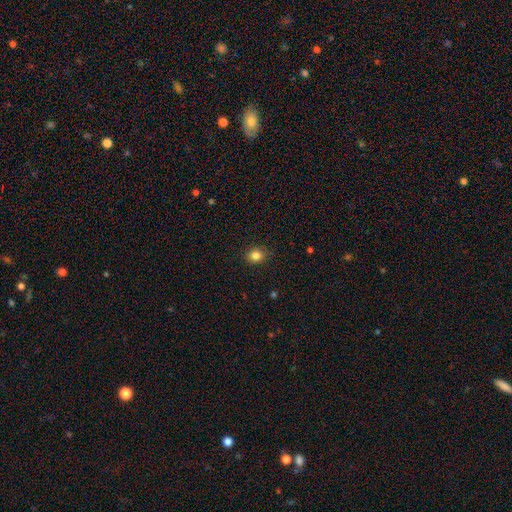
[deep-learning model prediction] This appears to be a smooth galaxy with no disk features (84%) that is round (60%). Merging: none (88%).